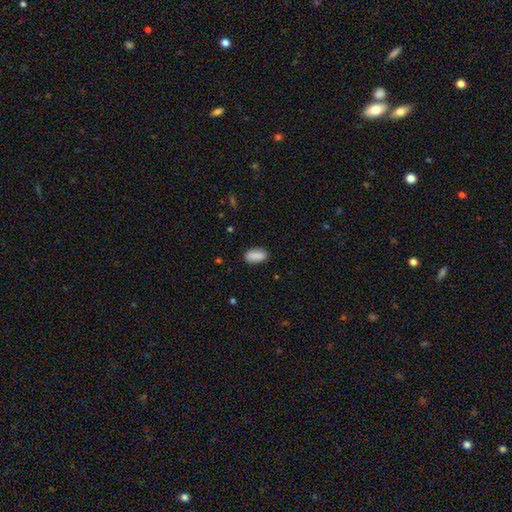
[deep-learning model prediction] Smooth or featured? smooth (86%)
How rounded? in between (87%)
Merging? none (85%)